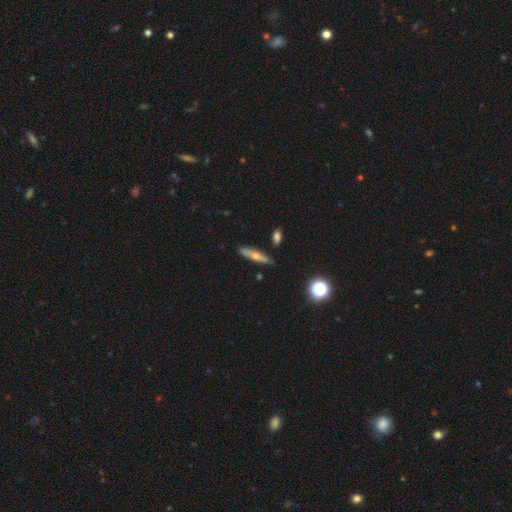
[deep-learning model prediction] smooth-or-featured: featured or disk: 46% | smooth: 45% | star or artifact: 9%
  merging: none: 86% | minor disturbance: 10% | merger: 3% | major disturbance: 2%